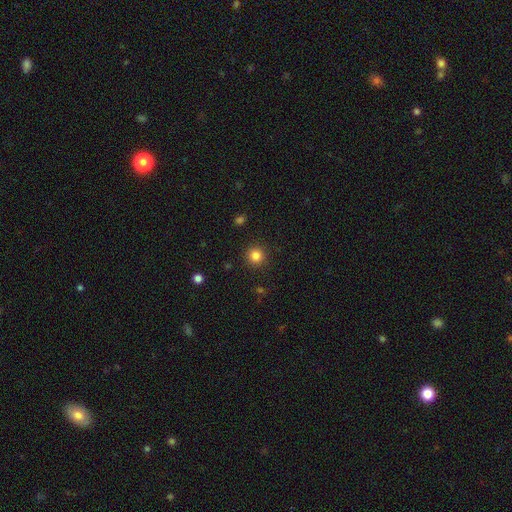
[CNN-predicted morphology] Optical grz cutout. It shows a smooth galaxy with no disk features (84%) that is round (94%). Merging: none (91%).